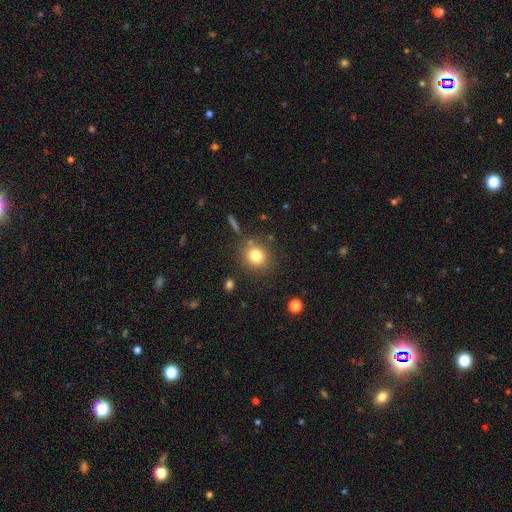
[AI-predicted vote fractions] Smooth or featured? Predicted: smooth (p=0.80). How rounded? Predicted: round (p=0.82). Merging? Predicted: none (p=0.82).